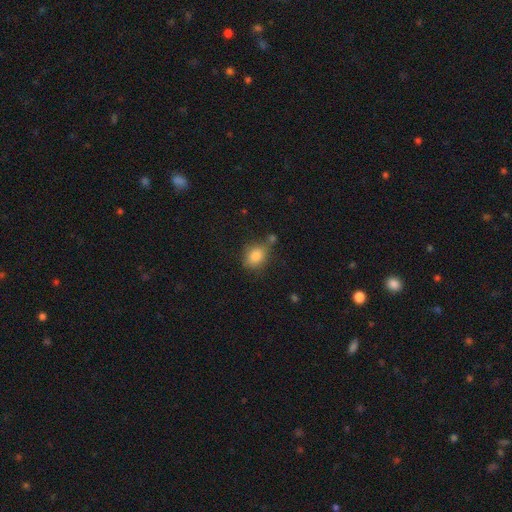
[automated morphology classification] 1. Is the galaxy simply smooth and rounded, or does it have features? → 84% smooth, 9% star or artifact, 6% featured or disk.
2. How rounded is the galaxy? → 54% in between, 45% round, 2% cigar-shaped.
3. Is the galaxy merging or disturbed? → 59% none, 22% minor disturbance, 13% merger, 7% major disturbance.